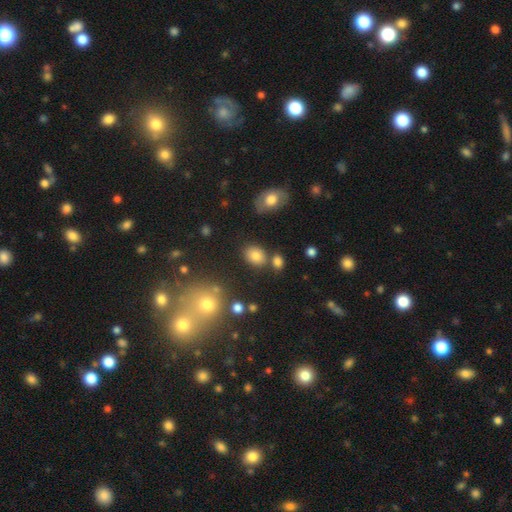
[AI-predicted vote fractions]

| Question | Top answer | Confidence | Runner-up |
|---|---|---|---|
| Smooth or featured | smooth | 80% | star or artifact (12%) |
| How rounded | in between | 60% | round (39%) |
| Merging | none | 76% | minor disturbance (11%) |